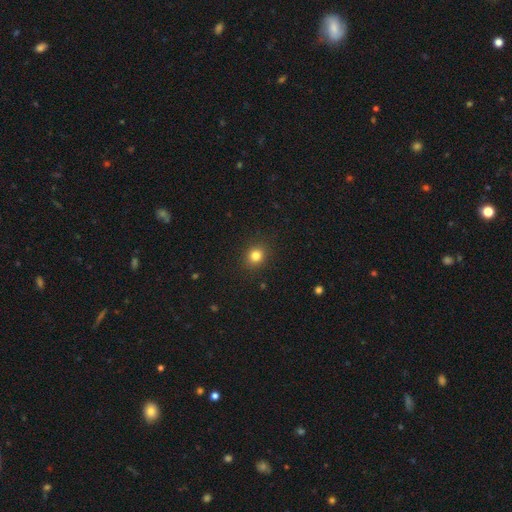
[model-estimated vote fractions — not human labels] smooth 82%, star or artifact 12%, featured or disk 5%. Down the decision tree: how rounded — round (78%); merging — none (90%).